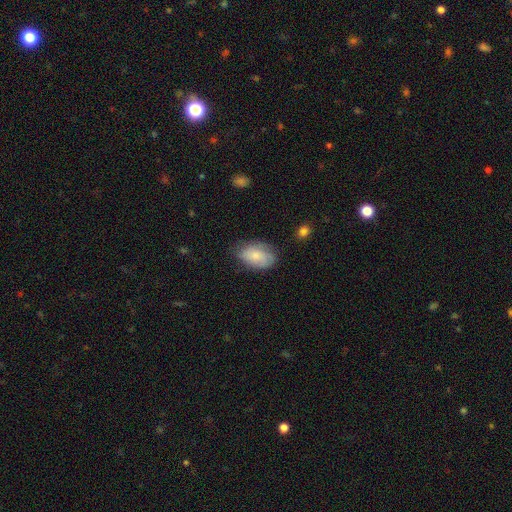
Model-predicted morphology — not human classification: Smooth or featured? smooth (70%)
How rounded? in between (90%)
Merging? none (64%)